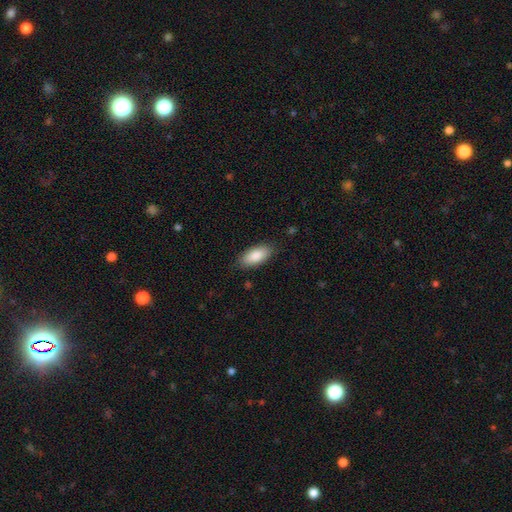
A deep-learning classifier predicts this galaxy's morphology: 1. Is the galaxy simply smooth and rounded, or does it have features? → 87% smooth, 7% featured or disk, 6% star or artifact.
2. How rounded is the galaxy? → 88% in between, 10% cigar-shaped, 2% round.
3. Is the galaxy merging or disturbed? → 85% none, 11% minor disturbance, 3% major disturbance, 1% merger.